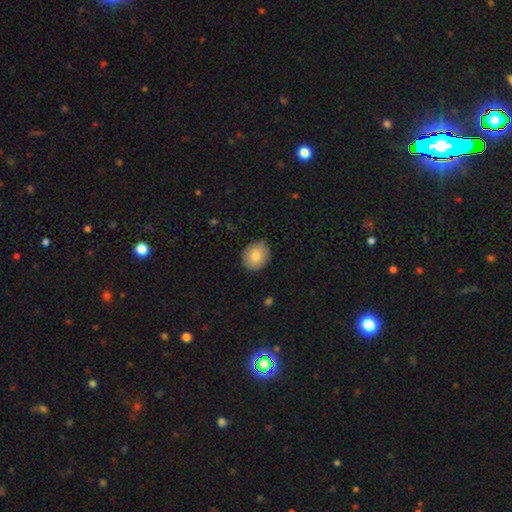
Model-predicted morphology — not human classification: Smooth or featured: smooth — 82% (featured or disk — 11%)
How rounded: round — 69% (in between — 30%)
Merging: none — 85% (minor disturbance — 12%)